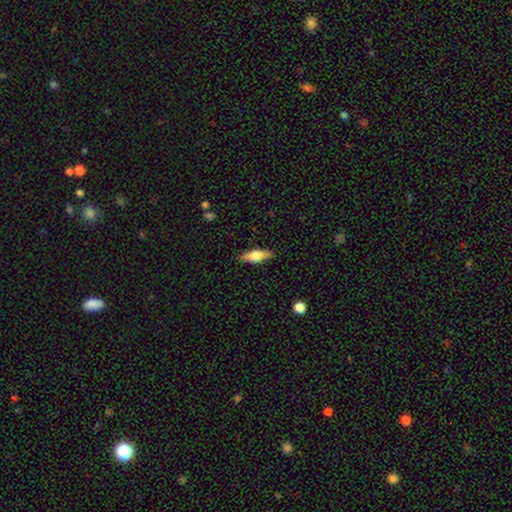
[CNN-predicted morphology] Smooth or featured? Predicted: smooth (p=0.51). How rounded? Predicted: in between (p=0.56). Merging? Predicted: none (p=0.87).